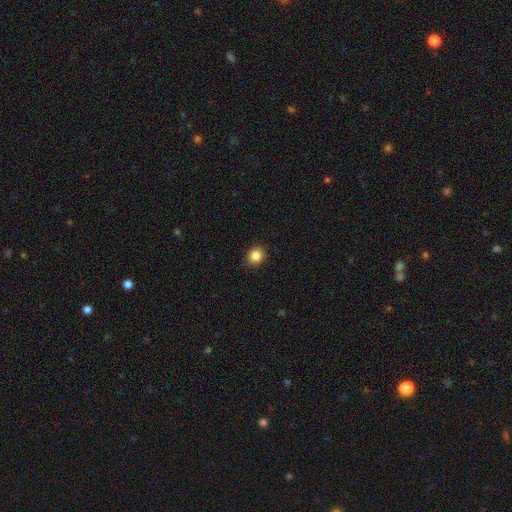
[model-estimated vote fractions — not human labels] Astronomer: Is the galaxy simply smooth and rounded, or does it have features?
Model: smooth — 85%.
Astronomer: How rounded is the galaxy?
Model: round — 72%.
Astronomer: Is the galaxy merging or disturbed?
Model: none — 90%.